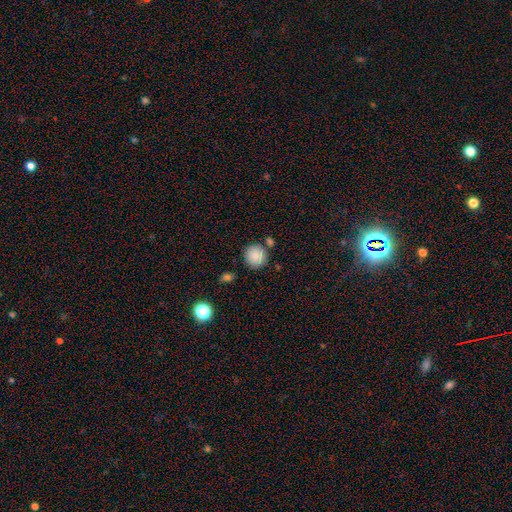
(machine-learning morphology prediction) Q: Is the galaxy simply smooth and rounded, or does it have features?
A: smooth — 87%.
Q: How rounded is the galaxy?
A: round — 91%.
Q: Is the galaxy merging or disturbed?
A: none — 80%.